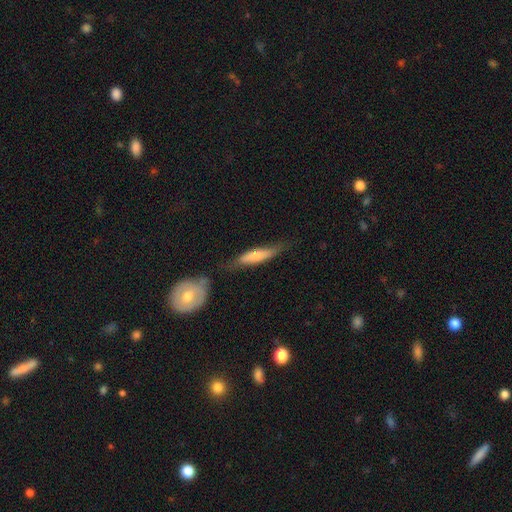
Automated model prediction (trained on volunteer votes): smooth_or_featured: smooth (p=0.61) [alt: featured or disk p=0.33]
how_rounded: cigar-shaped (p=0.77) [alt: in between p=0.21]
merging: none (p=0.57) [alt: minor disturbance p=0.27]